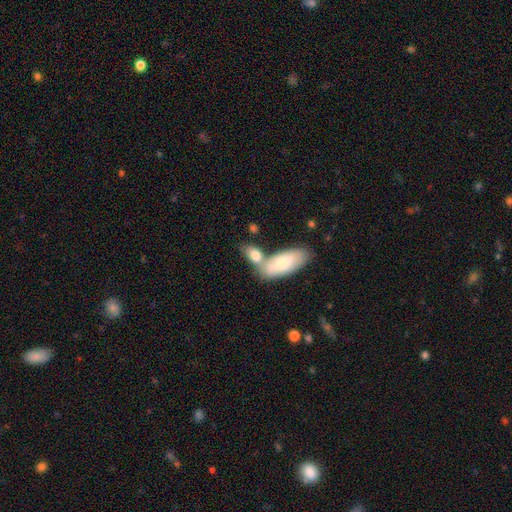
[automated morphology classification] Q: Smooth or featured?
A: smooth (78%); runner-up: featured or disk (16%)
Q: How rounded?
A: in between (82%); runner-up: cigar-shaped (12%)
Q: Merging?
A: merger (46%); runner-up: none (39%)